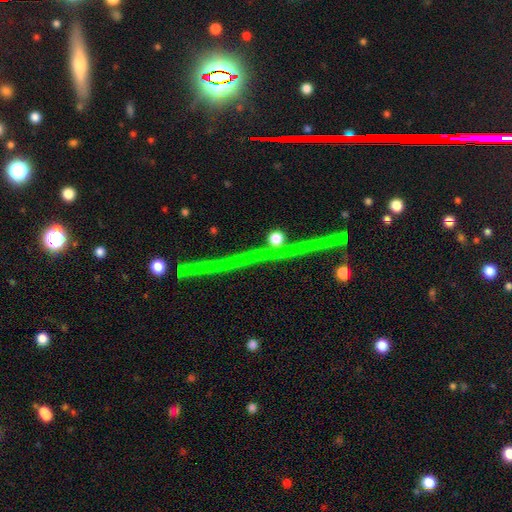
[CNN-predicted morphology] This is likely a star or artifact rather than a galaxy (63%).